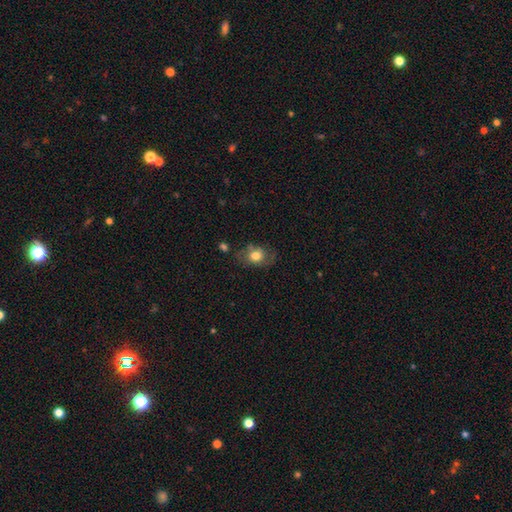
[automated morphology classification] Smooth or featured? smooth (74%)
How rounded? in between (60%)
Merging? none (62%)